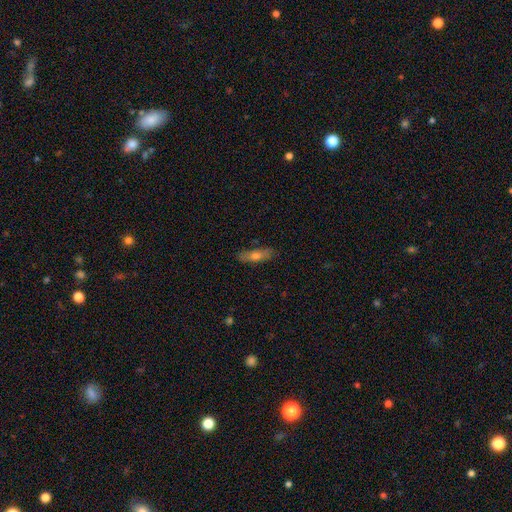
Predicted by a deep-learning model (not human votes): This appears to be a smooth galaxy with no disk features (60%) that is cigar-shaped (59%). Merging: none (84%).